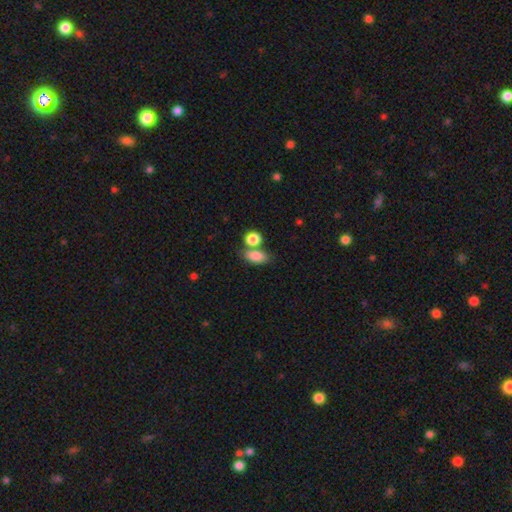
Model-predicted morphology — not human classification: Overall: smooth (84%). How rounded: in between (82%). Merging: none (49%; merger 35%).